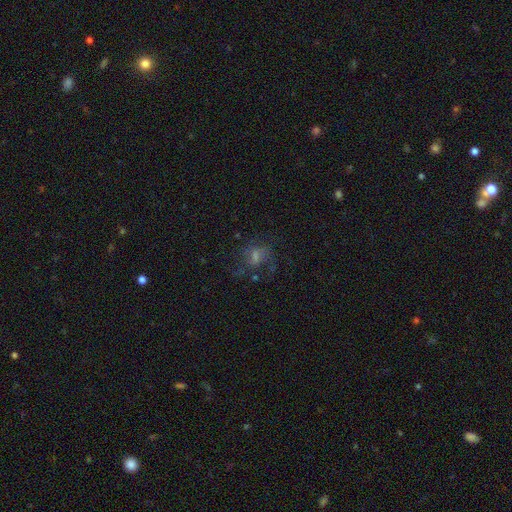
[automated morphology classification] A featured or disk galaxy (50%).

Vote fractions:
- Smooth or featured? featured or disk: 50% / smooth: 25% / star or artifact: 25%
- Merging? none: 55% / major disturbance: 24% / minor disturbance: 18% / merger: 3%